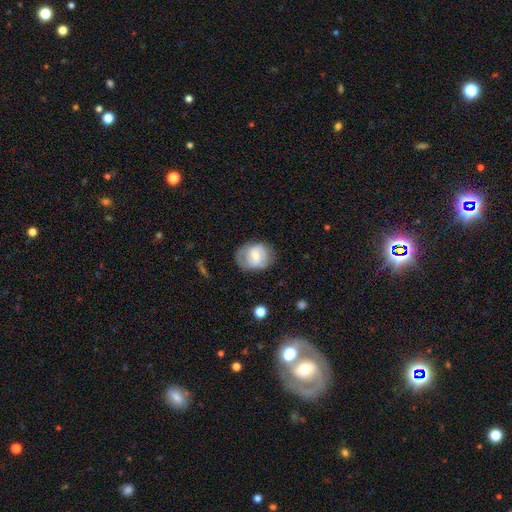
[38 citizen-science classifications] smooth_or_featured: featured or disk (p=0.47) [alt: smooth p=0.45]
disk_edge_on: no (p=0.94) [alt: yes p=0.06]
bar: no (p=0.71) [alt: weak p=0.29]
has_spiral_arms: no (p=0.59) [alt: yes p=0.41]
bulge_size: small (p=0.53) [alt: moderate p=0.35]
merging: none (p=0.66) [alt: minor disturbance p=0.23]